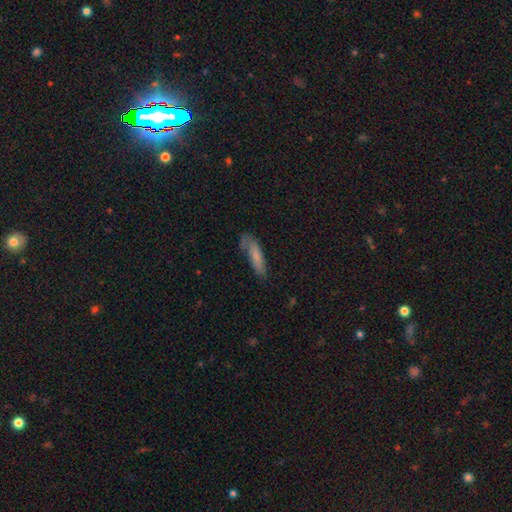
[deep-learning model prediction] smooth-or-featured: smooth: 70% | featured or disk: 22% | star or artifact: 7%
  how-rounded: cigar-shaped: 68% | in between: 30% | round: 2%
  merging: none: 60% | minor disturbance: 25% | major disturbance: 11% | merger: 4%